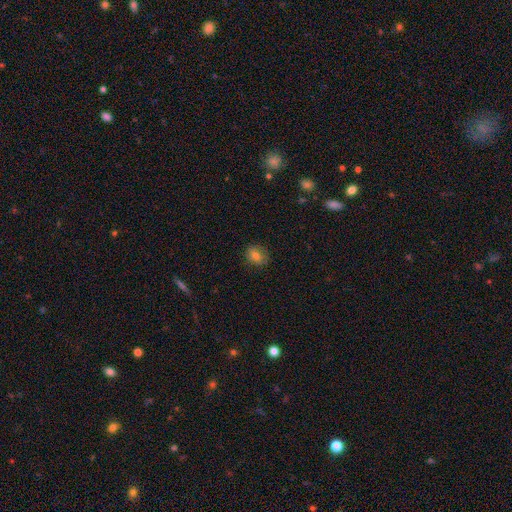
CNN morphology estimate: This is likely a smooth galaxy (77%). How rounded: likely round (62%). Merging: clearly none (84%).